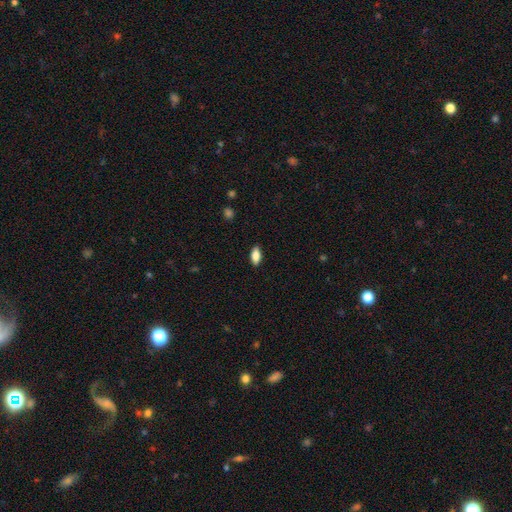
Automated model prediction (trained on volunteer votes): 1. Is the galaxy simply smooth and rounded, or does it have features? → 83% smooth, 10% featured or disk, 7% star or artifact.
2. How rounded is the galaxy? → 85% in between, 12% cigar-shaped, 3% round.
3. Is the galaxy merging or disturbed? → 87% none, 10% minor disturbance, 2% major disturbance, 1% merger.